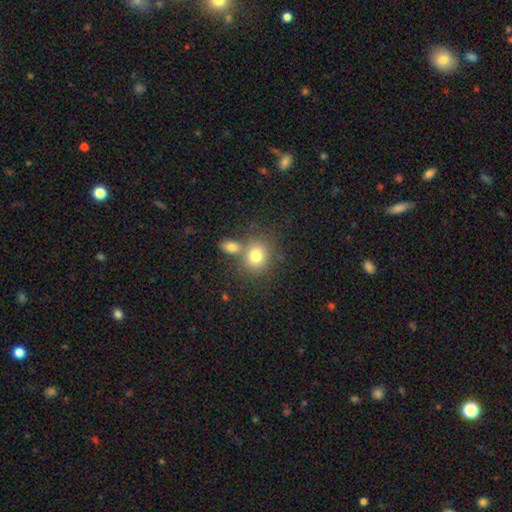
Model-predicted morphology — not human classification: smooth 78%, star or artifact 11%, featured or disk 11%. Down the decision tree: how rounded — round (72%); merging — none (55%).